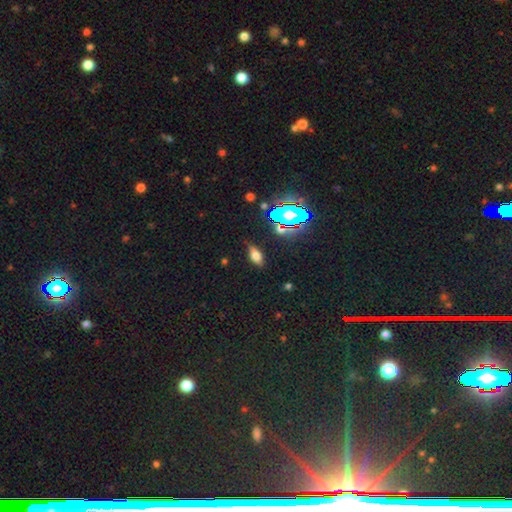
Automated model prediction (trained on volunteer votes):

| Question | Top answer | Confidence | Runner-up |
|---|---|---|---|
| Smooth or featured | smooth | 64% | star or artifact (20%) |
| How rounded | in between | 84% | cigar-shaped (10%) |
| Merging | none | 82% | minor disturbance (13%) |